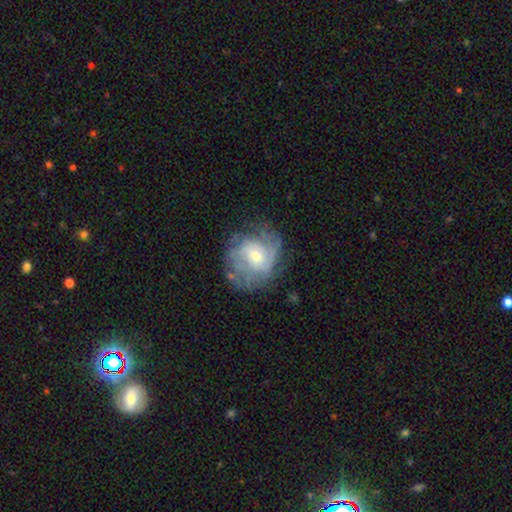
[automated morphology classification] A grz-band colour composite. It shows a featured or disk galaxy (71%) with no bar (69%), tight (48%) spiral arms (82%) and a moderate central bulge (49%). Merging: none (62%).